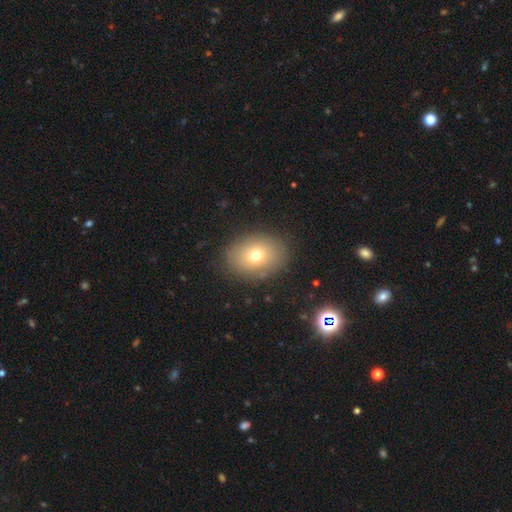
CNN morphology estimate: This appears to be a smooth galaxy with no disk features (72%) that is in between round and cigar-shaped (68%). Merging: none (85%).